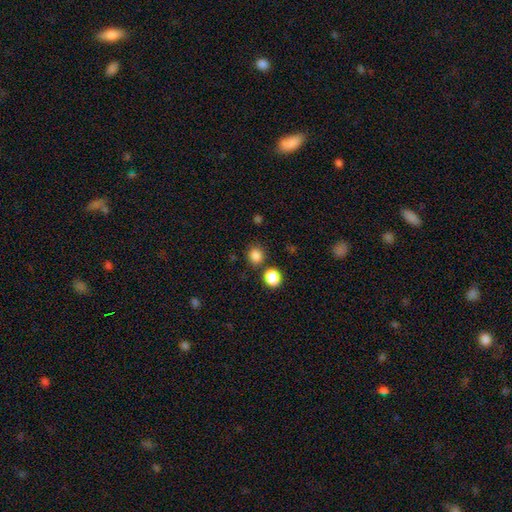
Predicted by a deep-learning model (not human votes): The model was most divided on "how rounded": round: 84%, in between: 15%, cigar-shaped: 1%. More confident: smooth or featured — smooth (84%); merging — none (80%).